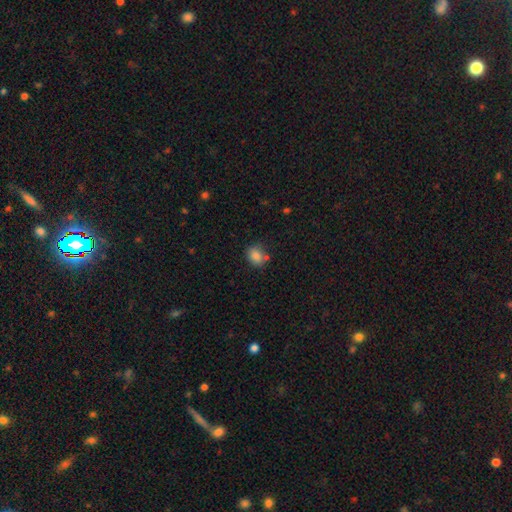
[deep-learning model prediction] Q: Smooth or featured?
A: smooth (84%); runner-up: star or artifact (10%)
Q: How rounded?
A: round (54%); runner-up: in between (45%)
Q: Merging?
A: none (70%); runner-up: minor disturbance (15%)